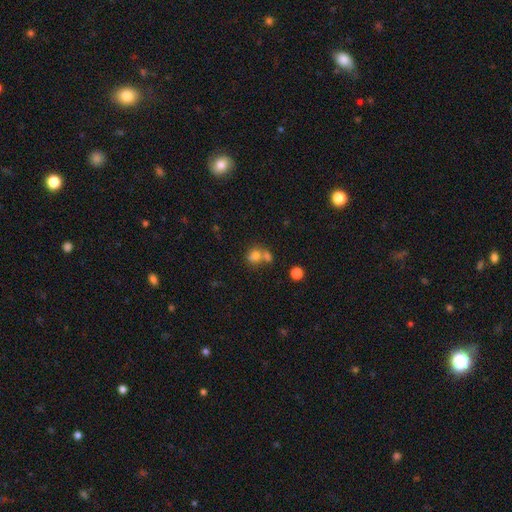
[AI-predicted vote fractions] smooth-or-featured: smooth: 73% | star or artifact: 14% | featured or disk: 13%
  how-rounded: round: 58% | in between: 40% | cigar-shaped: 1%
  merging: merger: 54% | none: 33% | minor disturbance: 9% | major disturbance: 5%